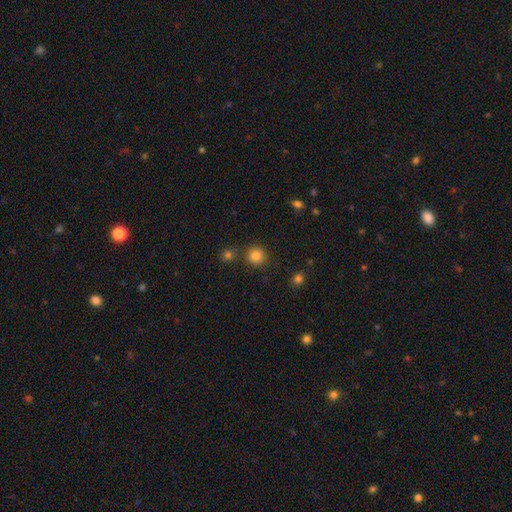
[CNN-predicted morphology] The model was most divided on "smooth or featured": smooth: 83%, star or artifact: 12%, featured or disk: 4%. More confident: how rounded — round (92%); merging — none (82%).